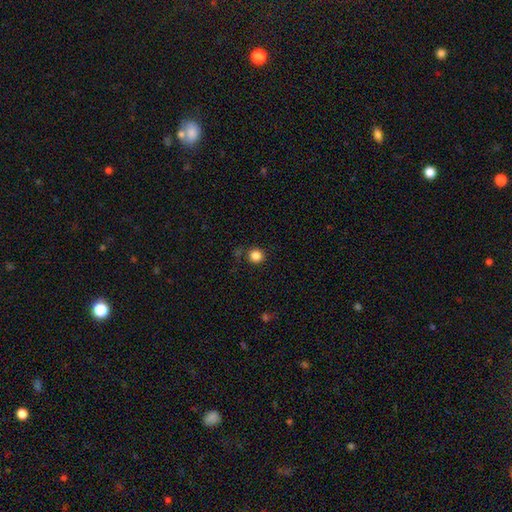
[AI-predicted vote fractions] This is clearly a smooth galaxy (85%). How rounded: clearly round (92%). Merging: clearly none (85%).